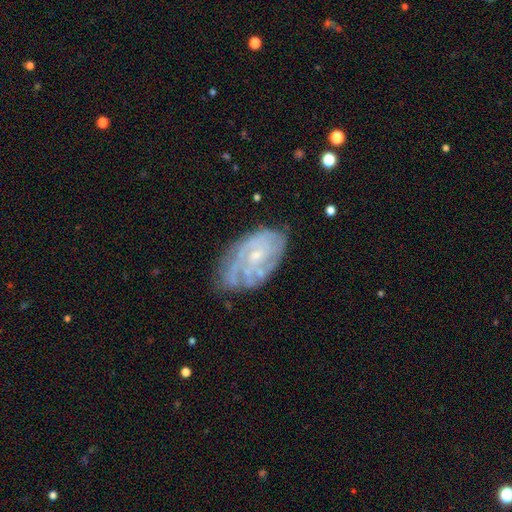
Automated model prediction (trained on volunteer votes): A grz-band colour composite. It shows a featured or disk galaxy (76%) with no bar (69%), tight (65%) spiral arms (83%) and a small central bulge (72%). Merging: none (64%).